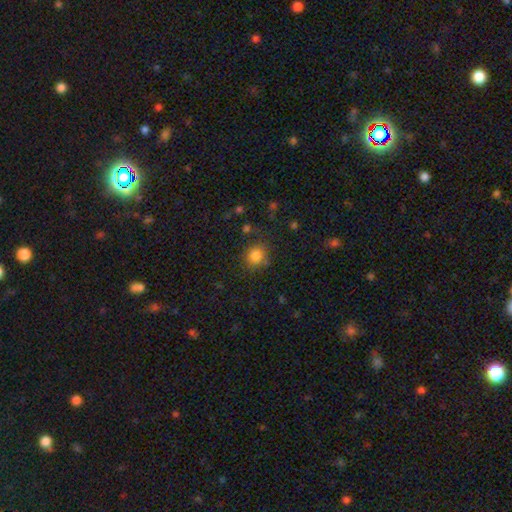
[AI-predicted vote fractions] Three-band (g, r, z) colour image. It shows a smooth galaxy with no disk features (83%) that is round (84%). Merging: none (78%).